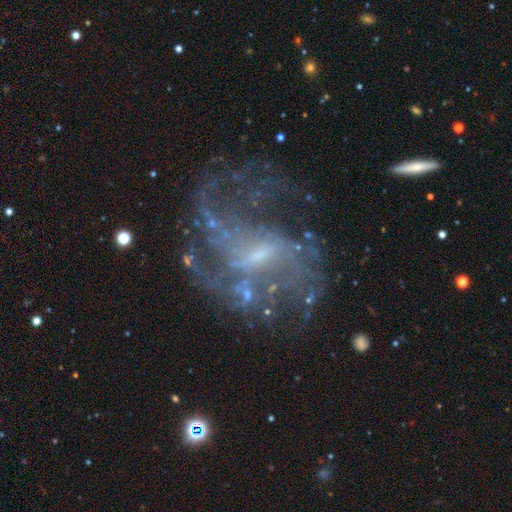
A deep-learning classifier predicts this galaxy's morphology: smooth-or-featured: featured or disk: 81% | star or artifact: 11% | smooth: 7%
  disk-edge-on: no: 97% | yes: 3%
    bar: weak: 54% | no: 32% | strong: 14%
    has-spiral-arms: yes: 83% | no: 17%
      spiral-winding: loose: 50% | medium: 35% | tight: 15%
      spiral-arm-count: can't tell: 36% | 2: 26% | 3: 14% | 4: 9% | 1: 9% | more than 4: 7%
    bulge-size: small: 64% | moderate: 20% | none: 14% | large: 2% | dominant: 1%
  merging: none: 50% | major disturbance: 30% | minor disturbance: 17% | merger: 4%